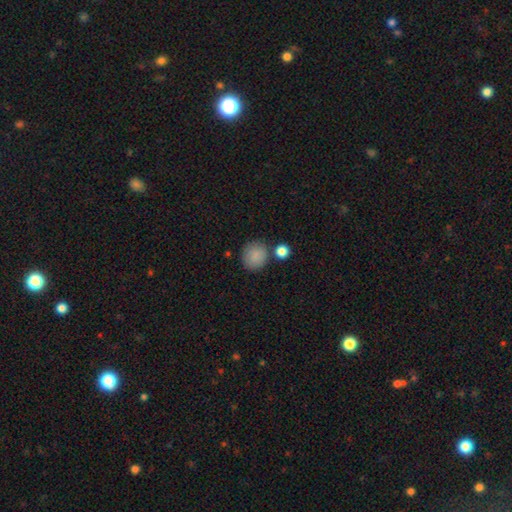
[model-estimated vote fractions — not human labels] Smooth or featured? smooth (87%)
How rounded? round (85%)
Merging? none (77%)